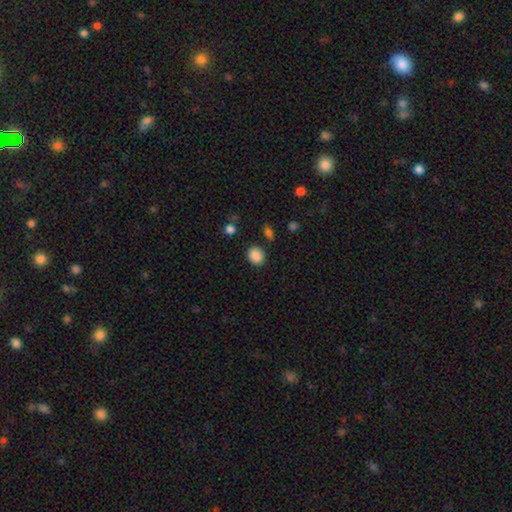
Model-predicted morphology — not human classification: Overall: smooth (87%). How rounded: round (66%; in between 33%). Merging: none (84%).